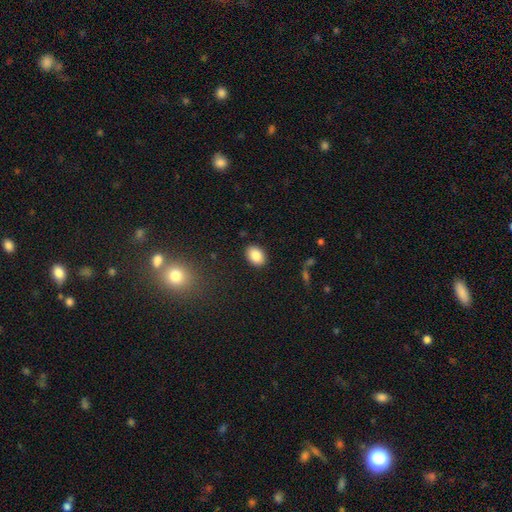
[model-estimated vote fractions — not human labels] This is clearly a smooth galaxy (86%). How rounded: likely in between (80%). Merging: clearly none (89%).